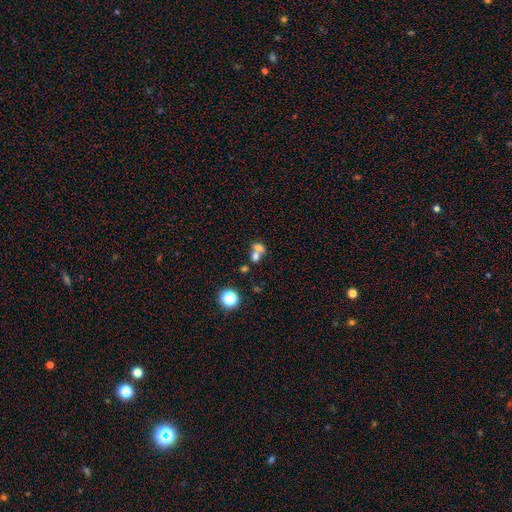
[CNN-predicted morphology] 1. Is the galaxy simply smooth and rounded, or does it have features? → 67% smooth, 17% featured or disk, 16% star or artifact.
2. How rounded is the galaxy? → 50% round, 48% in between, 2% cigar-shaped.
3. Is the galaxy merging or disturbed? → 63% merger, 26% none, 6% minor disturbance, 4% major disturbance.